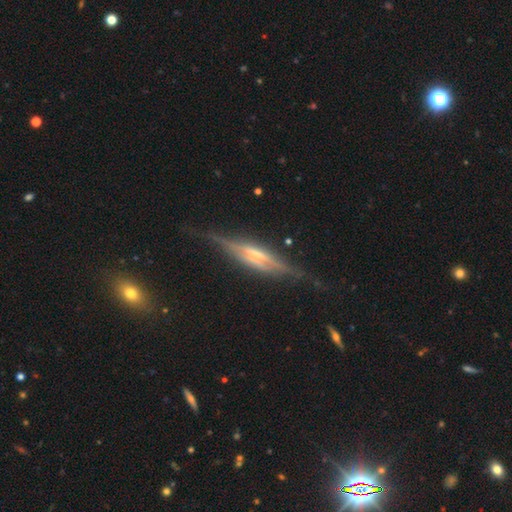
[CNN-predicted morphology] Overall: featured or disk (81%). Edge-on disk: yes (95%). Edge-on bulge: rounded (60%; boxy 27%). Merging: none (78%).